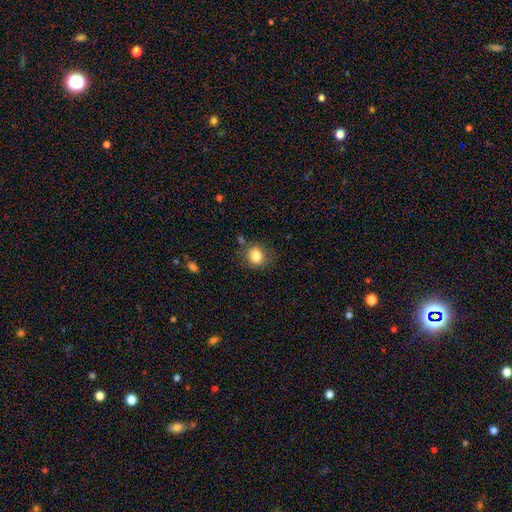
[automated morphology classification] This is clearly a smooth galaxy (84%). How rounded: likely round (62%). Merging: likely none (74%).